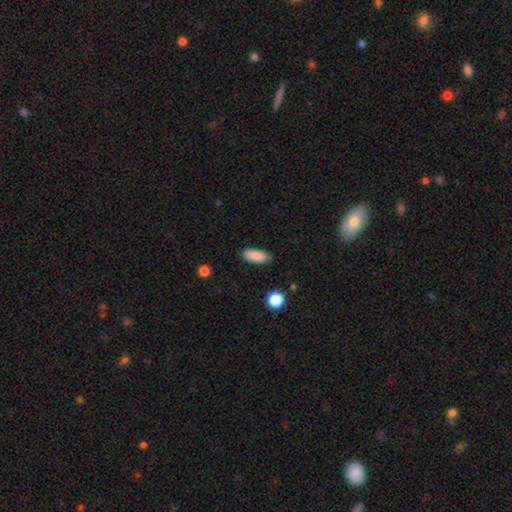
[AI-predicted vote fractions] This appears to be a smooth galaxy with no disk features (88%) that is in between round and cigar-shaped (75%). Merging: none (83%).